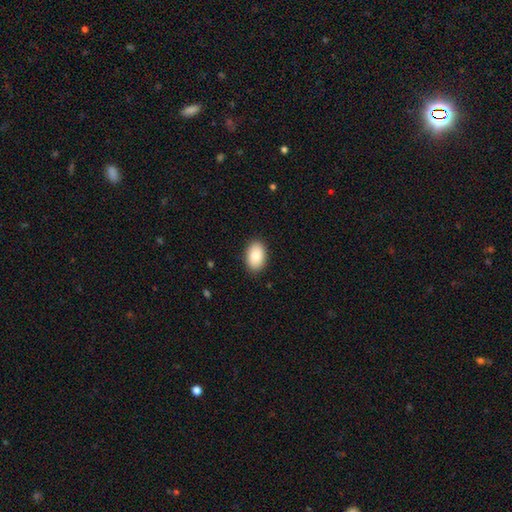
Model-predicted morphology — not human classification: This appears to be a smooth galaxy with no disk features (88%) that is in between round and cigar-shaped (91%). Merging: none (89%).